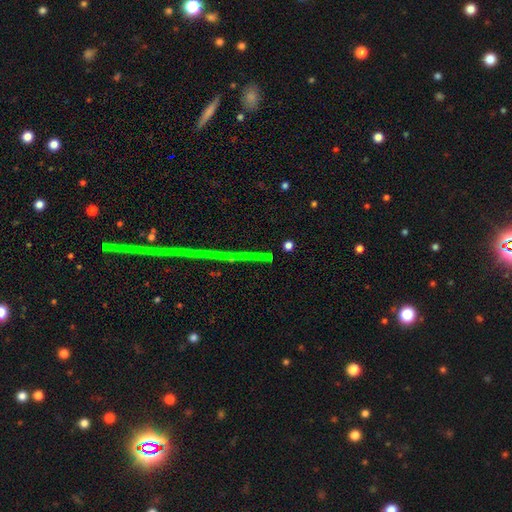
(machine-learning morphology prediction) This appears to be a star or artifact, not a galaxy (75%).